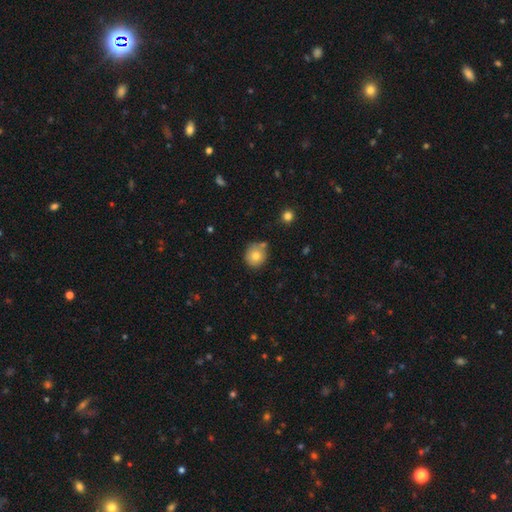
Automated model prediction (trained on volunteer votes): Smooth or featured: smooth — 77% (featured or disk — 13%)
How rounded: round — 89% (in between — 10%)
Merging: none — 71% (minor disturbance — 15%)